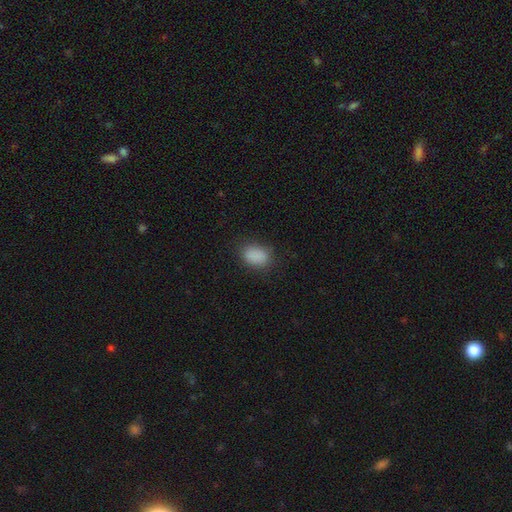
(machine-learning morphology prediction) smooth_or_featured: smooth (p=0.86) [alt: star or artifact p=0.10]
how_rounded: in between (p=0.83) [alt: round p=0.16]
merging: none (p=0.79) [alt: minor disturbance p=0.15]